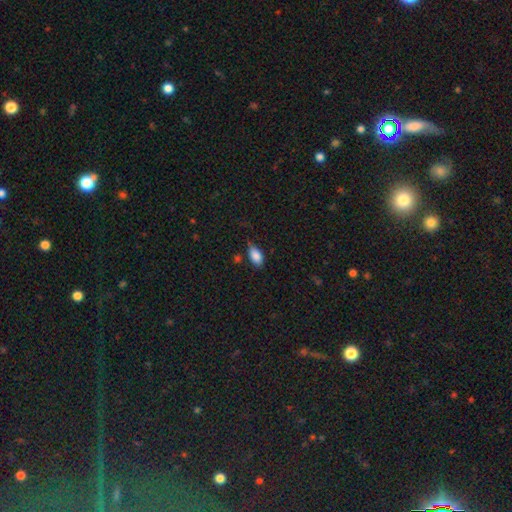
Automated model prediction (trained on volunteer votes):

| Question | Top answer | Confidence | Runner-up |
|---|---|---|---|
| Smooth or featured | smooth | 85% | star or artifact (8%) |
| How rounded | in between | 92% | round (5%) |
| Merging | none | 58% | minor disturbance (31%) |